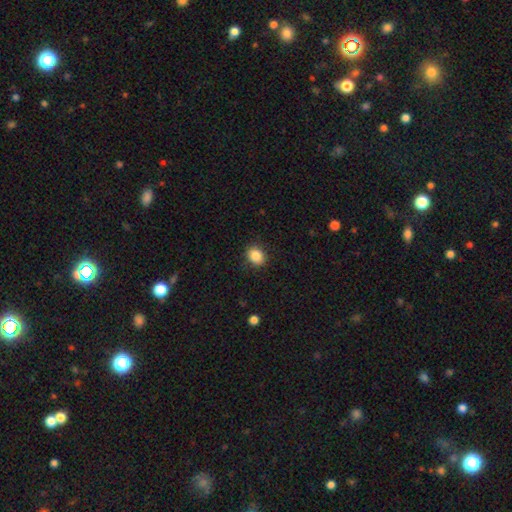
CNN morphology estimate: This appears to be a smooth galaxy with no disk features (86%) that is round (56%). Merging: none (88%).